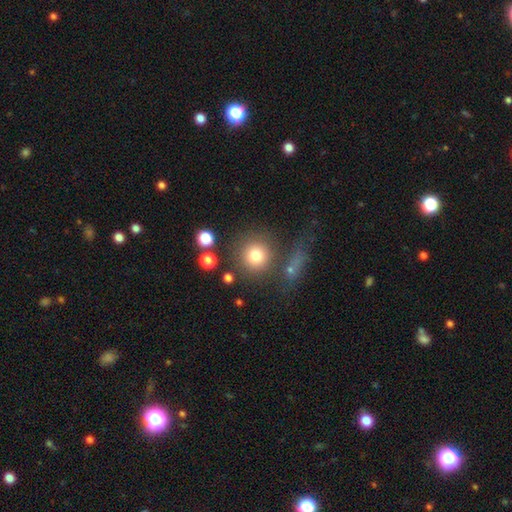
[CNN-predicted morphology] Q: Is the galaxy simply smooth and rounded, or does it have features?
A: smooth — 78%.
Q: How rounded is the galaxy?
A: round — 92%.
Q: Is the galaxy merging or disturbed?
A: none — 71%.